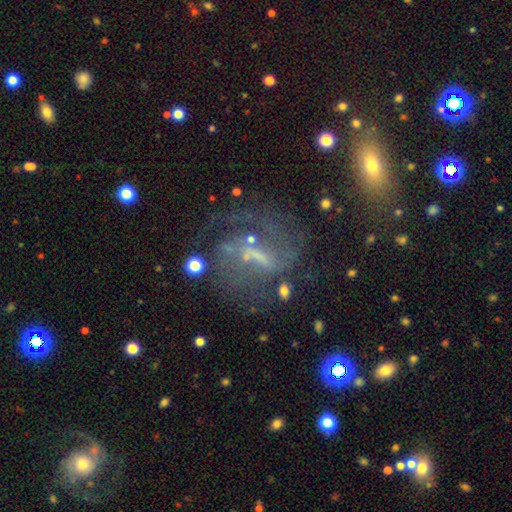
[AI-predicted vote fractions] featured or disk 72%, star or artifact 14%, smooth 14%. Down the decision tree: edge-on disk — no (96%); bar — weak (42%); spiral arms — yes (70%); bulge size — none (42%); merging — none (46%).